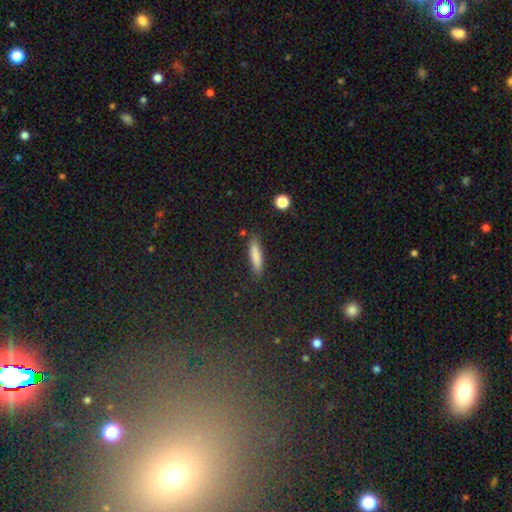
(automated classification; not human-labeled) Overall: smooth (81%). How rounded: cigar-shaped (79%). Merging: none (83%).